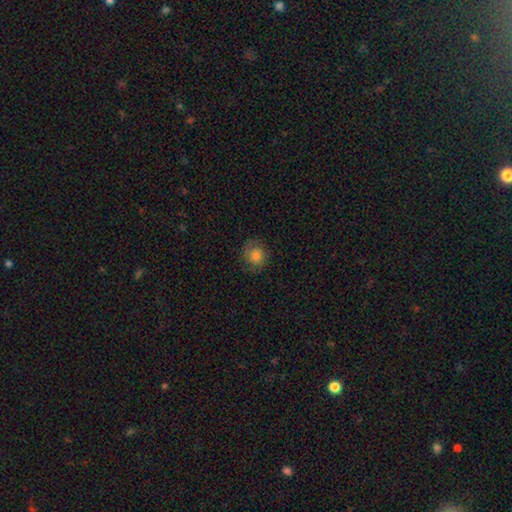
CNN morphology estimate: smooth 73%, featured or disk 18%, star or artifact 10%. Down the decision tree: how rounded — round (80%); merging — none (75%).